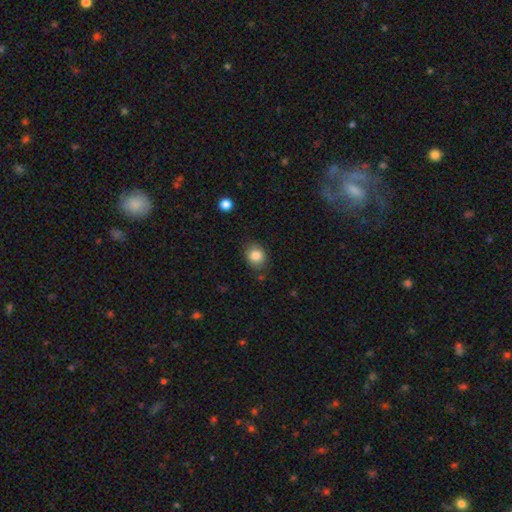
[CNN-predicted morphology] This appears to be a smooth galaxy with no disk features (85%) that is round (62%). Merging: none (80%).